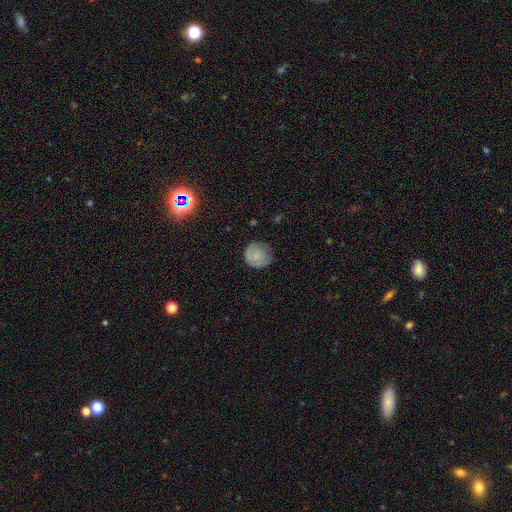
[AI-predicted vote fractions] Smooth or featured? Predicted: smooth (p=0.75). How rounded? Predicted: round (p=0.91). Merging? Predicted: none (p=0.74).